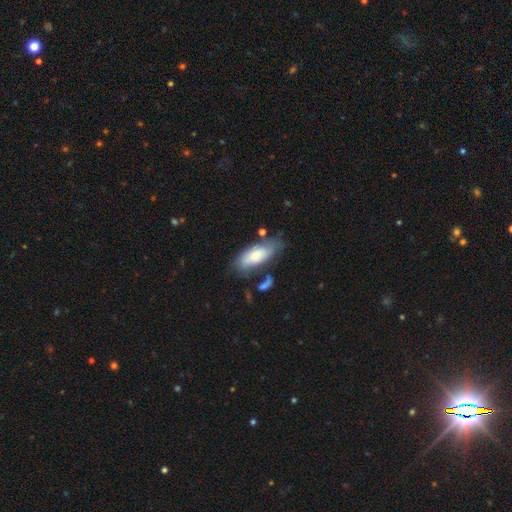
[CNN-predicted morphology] Q: Smooth or featured?
A: smooth (71%); runner-up: featured or disk (23%)
Q: How rounded?
A: in between (82%); runner-up: cigar-shaped (16%)
Q: Merging?
A: none (52%); runner-up: minor disturbance (26%)